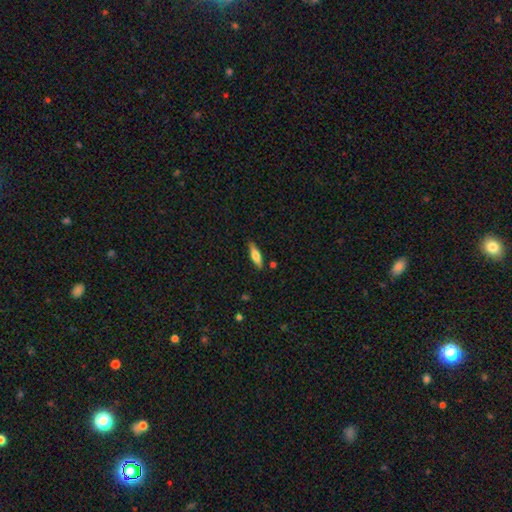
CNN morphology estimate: A smooth galaxy with no disk features (61%) that is cigar-shaped (58%). Merging: none (85%).